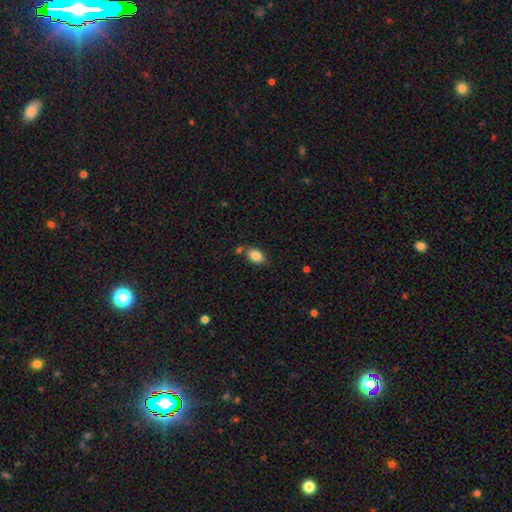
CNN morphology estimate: Smooth or featured? Predicted: smooth (p=0.85). How rounded? Predicted: in between (p=0.88). Merging? Predicted: none (p=0.66).